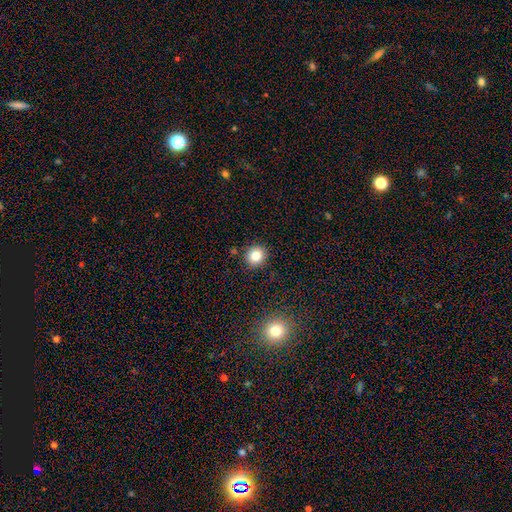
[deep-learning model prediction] Smooth or featured? smooth (82%)
How rounded? round (88%)
Merging? none (88%)